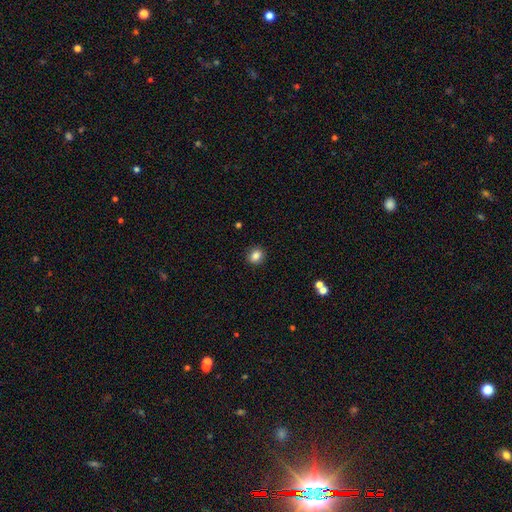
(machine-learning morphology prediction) smooth-or-featured: smooth: 84% | star or artifact: 10% | featured or disk: 5%
  how-rounded: round: 74% | in between: 25% | cigar-shaped: 1%
  merging: none: 90% | minor disturbance: 7% | major disturbance: 2% | merger: 1%